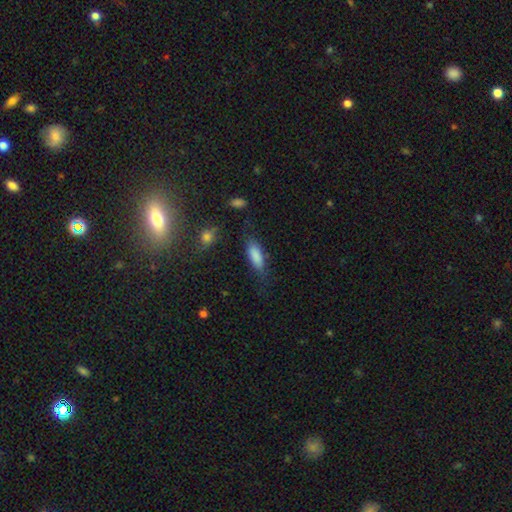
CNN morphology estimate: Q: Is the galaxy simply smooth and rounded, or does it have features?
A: smooth — 85%.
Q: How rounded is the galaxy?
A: in between — 67%.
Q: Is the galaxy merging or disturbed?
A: none — 71%.